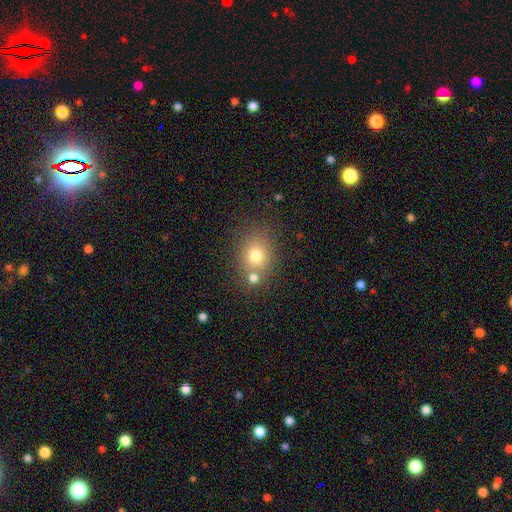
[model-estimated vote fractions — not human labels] Q: Smooth or featured?
A: smooth (73%); runner-up: star or artifact (14%)
Q: How rounded?
A: round (63%); runner-up: in between (36%)
Q: Merging?
A: none (61%); runner-up: merger (23%)